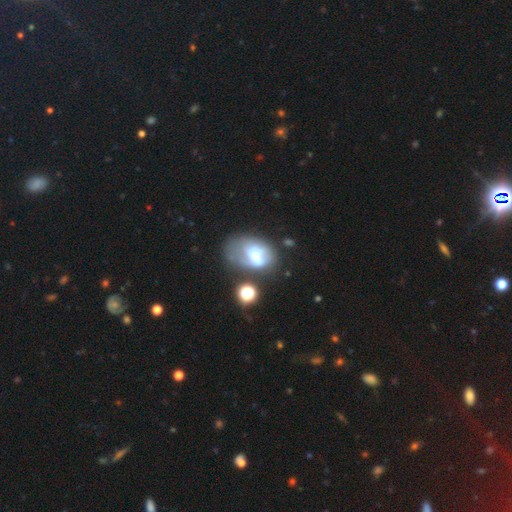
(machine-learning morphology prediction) Q: Smooth or featured?
A: featured or disk (47%); runner-up: smooth (42%)
Q: Merging?
A: none (32%); runner-up: major disturbance (29%)